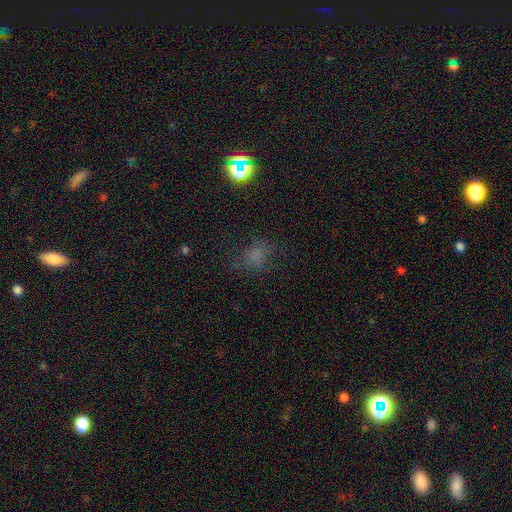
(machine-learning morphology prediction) smooth 57%, star or artifact 29%, featured or disk 14%. Down the decision tree: how rounded — round (55%); merging — none (61%).